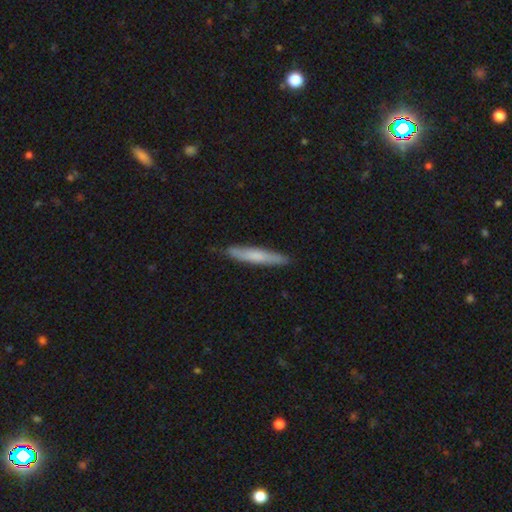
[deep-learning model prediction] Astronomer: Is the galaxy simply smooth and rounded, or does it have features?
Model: smooth — 64%.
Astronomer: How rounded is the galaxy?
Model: cigar-shaped — 93%.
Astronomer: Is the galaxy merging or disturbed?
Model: none — 85%.